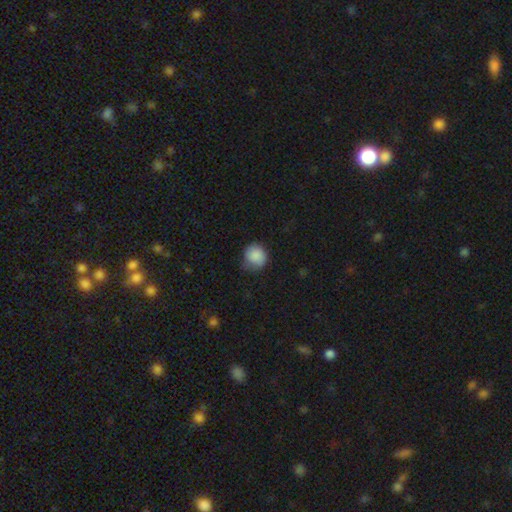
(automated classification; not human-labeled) smooth_or_featured: smooth (p=0.87) [alt: star or artifact p=0.08]
how_rounded: round (p=0.86) [alt: in between p=0.13]
merging: none (p=0.67) [alt: minor disturbance p=0.26]